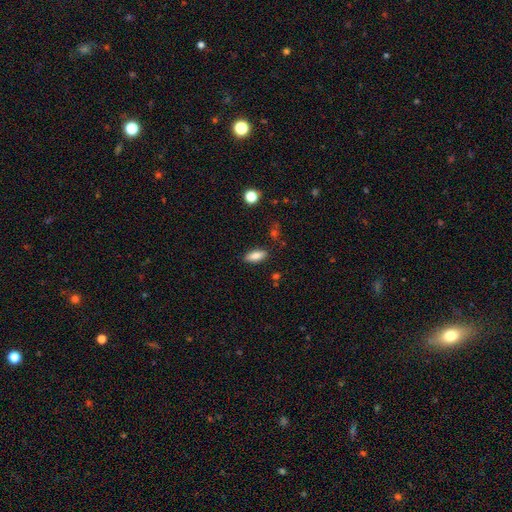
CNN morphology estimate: Smooth or featured? Predicted: smooth (p=0.84). How rounded? Predicted: in between (p=0.81). Merging? Predicted: none (p=0.86).